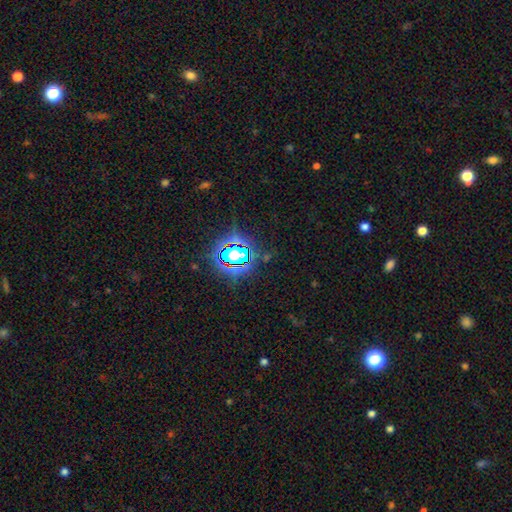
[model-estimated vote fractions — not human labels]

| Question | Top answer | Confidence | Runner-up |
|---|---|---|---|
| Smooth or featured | star or artifact | 80% | smooth (12%) |